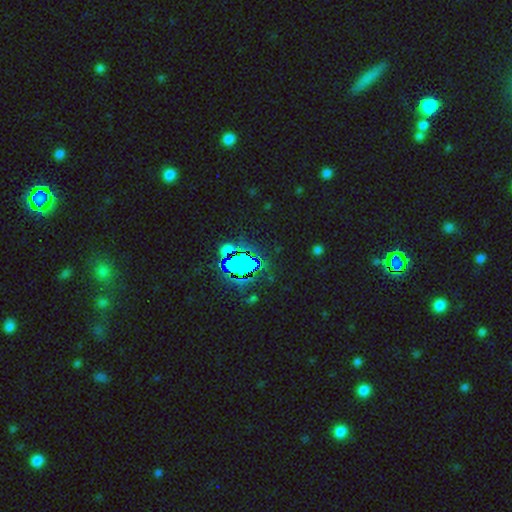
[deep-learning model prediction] Q: Smooth or featured?
A: star or artifact (79%); runner-up: smooth (13%)